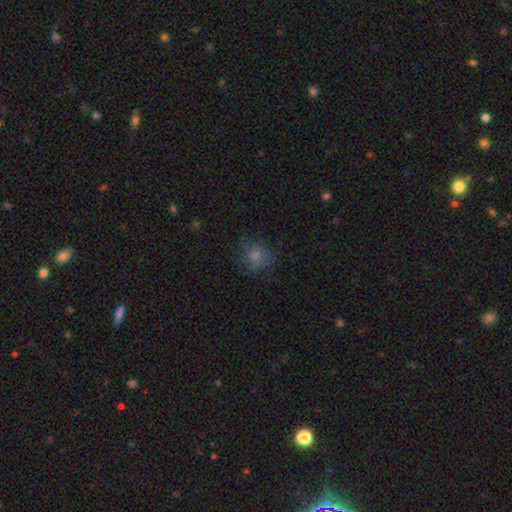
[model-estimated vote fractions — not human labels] This appears to be a smooth galaxy with no disk features (65%) that is round (79%). Merging: none (72%).